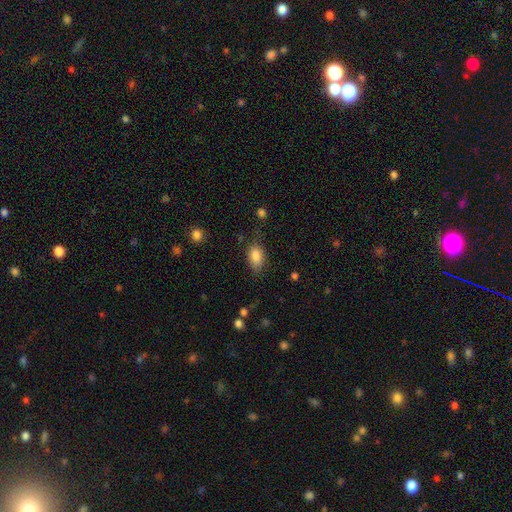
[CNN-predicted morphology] type=smooth (84%); roundness=in between (86%); merging=none (68%).